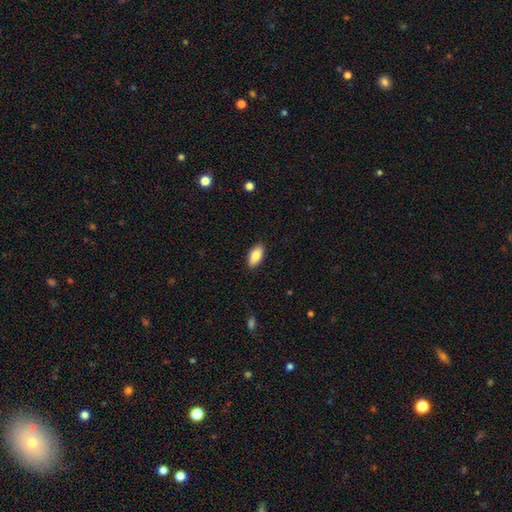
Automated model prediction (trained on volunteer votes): Q: Smooth or featured?
A: smooth (85%); runner-up: featured or disk (9%)
Q: How rounded?
A: in between (91%); runner-up: cigar-shaped (7%)
Q: Merging?
A: none (89%); runner-up: minor disturbance (8%)